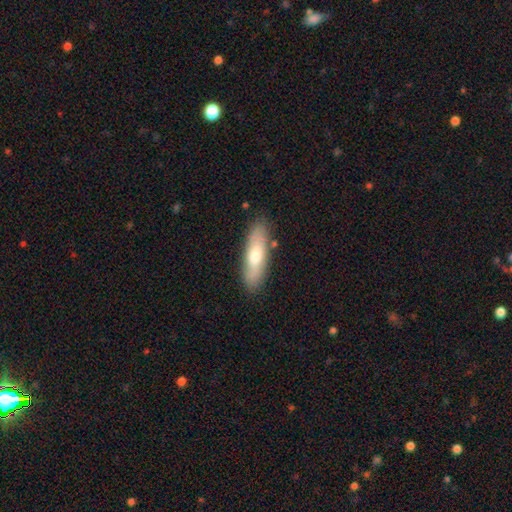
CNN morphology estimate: Smooth or featured?
  - smooth: 66% *
  - featured or disk: 28%
  - star or artifact: 6%
How rounded?
  - cigar-shaped: 53% *
  - in between: 45%
  - round: 2%
Merging?
  - none: 83% *
  - minor disturbance: 12%
  - major disturbance: 3%
  - merger: 2%